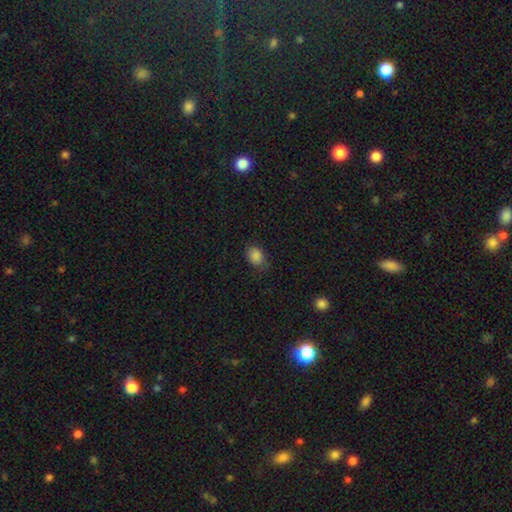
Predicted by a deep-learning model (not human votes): Smooth or featured? Predicted: smooth (p=0.85). How rounded? Predicted: in between (p=0.65). Merging? Predicted: none (p=0.71).